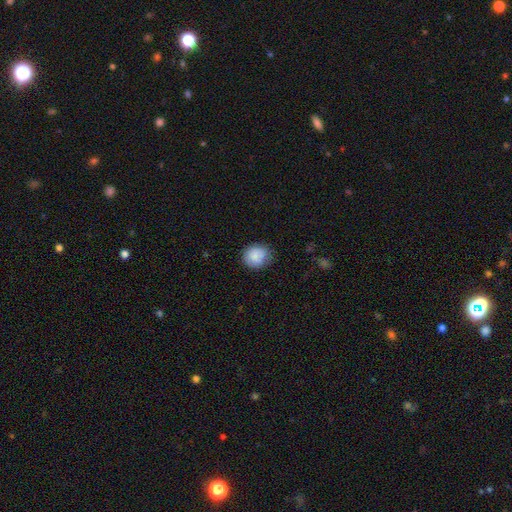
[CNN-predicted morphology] A smooth galaxy with no disk features (84%) that is round (82%).

Vote fractions:
- Smooth or featured? smooth: 84% / featured or disk: 8% / star or artifact: 7%
- How rounded? round: 82% / in between: 17% / cigar-shaped: 1%
- Merging? none: 77% / minor disturbance: 18% / major disturbance: 4% / merger: 2%